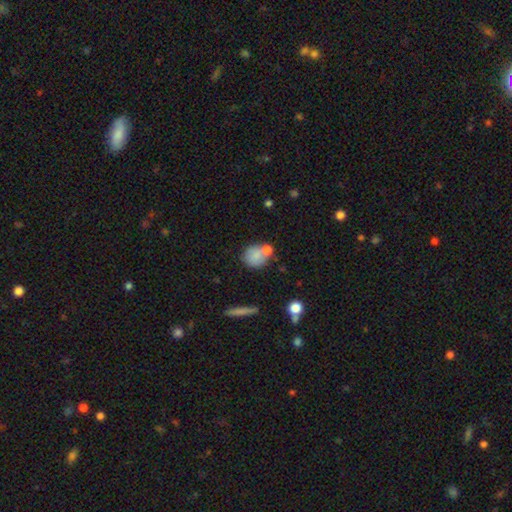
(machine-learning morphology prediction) smooth-or-featured: smooth: 77% | featured or disk: 13% | star or artifact: 10%
  how-rounded: round: 77% | in between: 21% | cigar-shaped: 2%
  merging: none: 53% | merger: 26% | minor disturbance: 15% | major disturbance: 6%